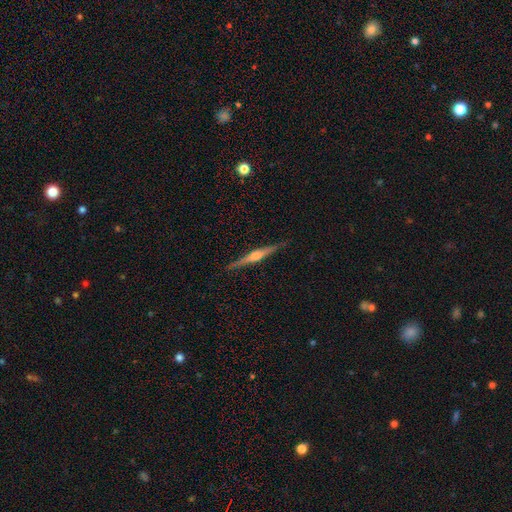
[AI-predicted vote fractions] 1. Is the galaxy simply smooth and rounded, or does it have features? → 82% featured or disk, 13% smooth, 5% star or artifact.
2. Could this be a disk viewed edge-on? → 98% yes, 2% no.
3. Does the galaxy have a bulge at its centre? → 85% rounded, 9% boxy, 6% none.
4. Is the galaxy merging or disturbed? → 91% none, 7% minor disturbance, 1% major disturbance, 1% merger.